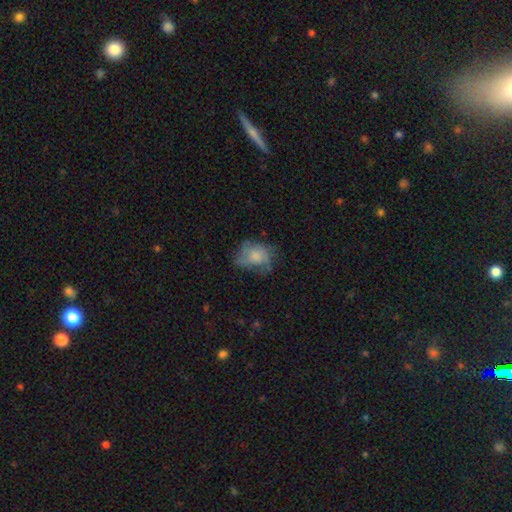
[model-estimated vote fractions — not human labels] A smooth galaxy with no disk features (57%) that is in between round and cigar-shaped (56%).

Vote fractions:
- Smooth or featured? smooth: 57% / featured or disk: 33% / star or artifact: 10%
- How rounded? in between: 56% / round: 42% / cigar-shaped: 1%
- Merging? none: 44% / minor disturbance: 29% / major disturbance: 25% / merger: 2%